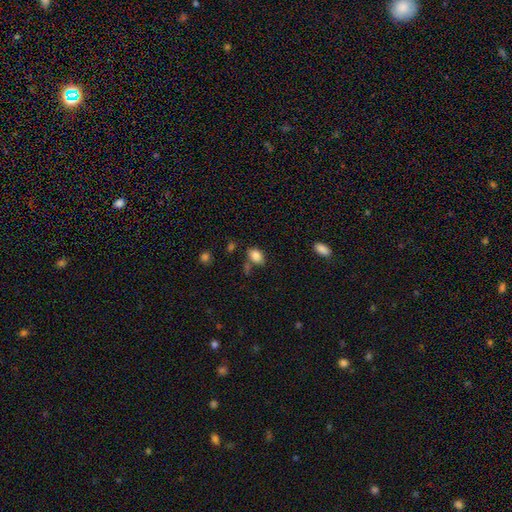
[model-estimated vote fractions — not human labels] smooth_or_featured: smooth (p=0.85) [alt: star or artifact p=0.10]
how_rounded: in between (p=0.85) [alt: round p=0.13]
merging: none (p=0.62) [alt: minor disturbance p=0.20]